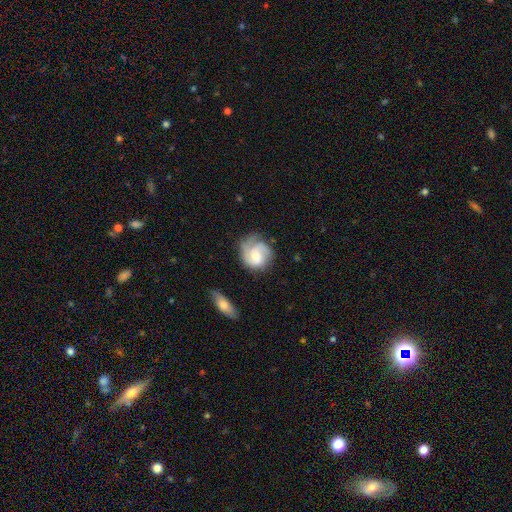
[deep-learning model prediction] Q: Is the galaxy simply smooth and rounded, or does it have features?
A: featured or disk — 70%.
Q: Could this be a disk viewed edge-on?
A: no — 98%.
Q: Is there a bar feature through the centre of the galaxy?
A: no — 56%.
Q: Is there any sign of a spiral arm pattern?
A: yes — 94%.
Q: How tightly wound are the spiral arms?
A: medium — 43%.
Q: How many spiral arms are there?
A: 2 — 40%.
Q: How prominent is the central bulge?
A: moderate — 47%.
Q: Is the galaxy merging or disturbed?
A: none — 62%.